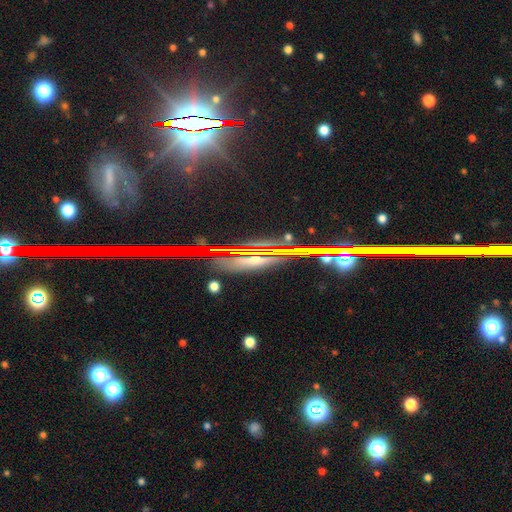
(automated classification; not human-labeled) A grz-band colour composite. It shows a star or artifact, not a galaxy (52%).